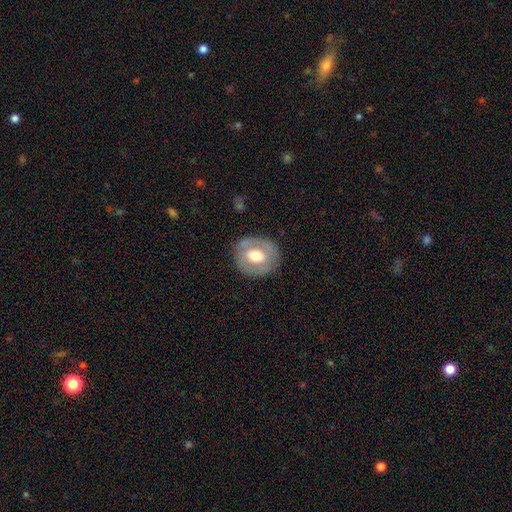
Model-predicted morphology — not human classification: type=featured or disk (48%); merging=none (80%).